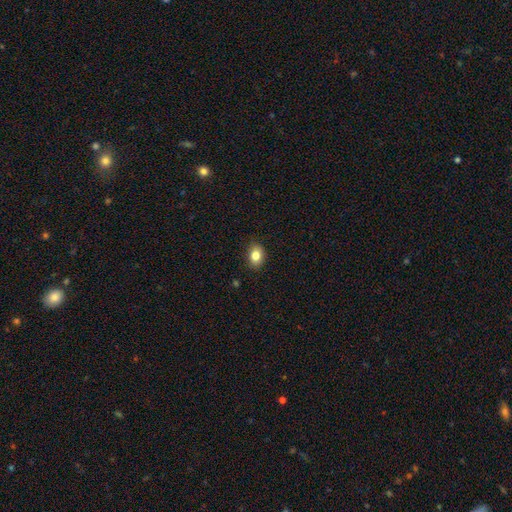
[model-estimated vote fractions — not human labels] The model was most divided on "how rounded": in between: 68%, round: 31%, cigar-shaped: 1%. More confident: merging — none (88%); smooth or featured — smooth (83%).